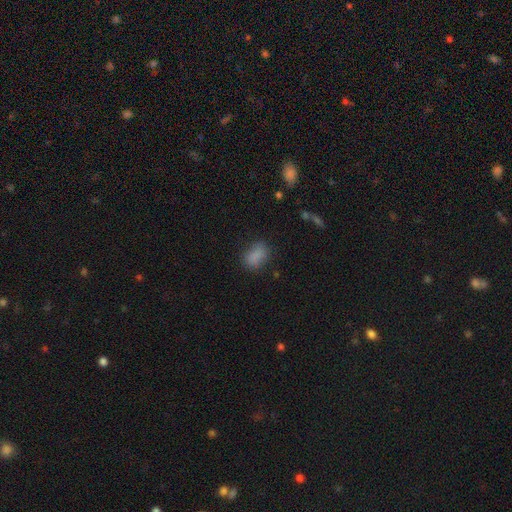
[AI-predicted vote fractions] Q: Smooth or featured?
A: smooth (83%); runner-up: star or artifact (11%)
Q: How rounded?
A: in between (82%); runner-up: round (16%)
Q: Merging?
A: none (73%); runner-up: minor disturbance (19%)